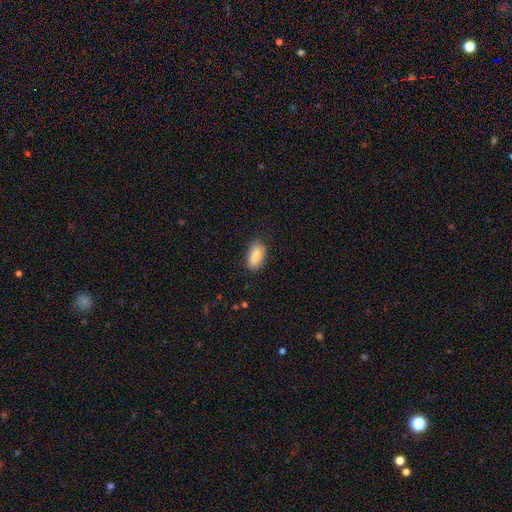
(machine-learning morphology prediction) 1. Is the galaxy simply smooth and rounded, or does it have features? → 88% smooth, 7% star or artifact, 5% featured or disk.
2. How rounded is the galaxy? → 90% in between, 6% cigar-shaped, 4% round.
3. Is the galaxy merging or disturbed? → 77% none, 18% minor disturbance, 4% major disturbance, 1% merger.